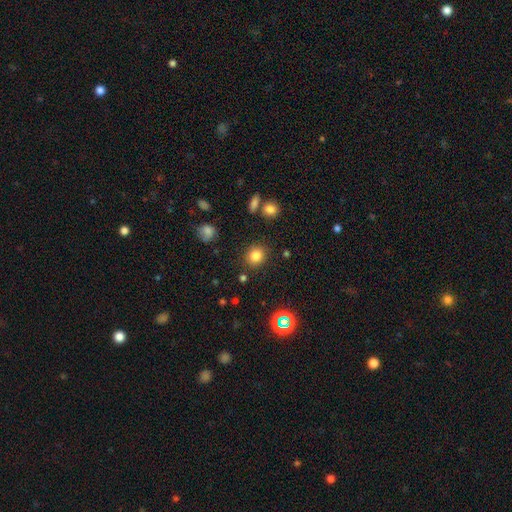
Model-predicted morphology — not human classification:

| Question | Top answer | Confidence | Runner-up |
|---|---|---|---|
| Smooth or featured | smooth | 81% | star or artifact (14%) |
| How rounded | round | 82% | in between (17%) |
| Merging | none | 87% | minor disturbance (8%) |